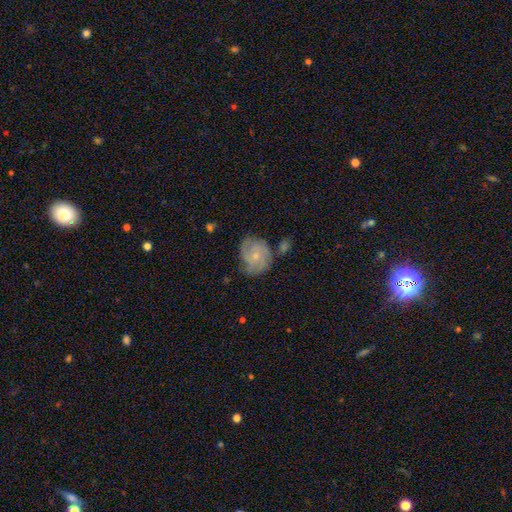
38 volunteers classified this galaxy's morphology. Q: Smooth or featured?
A: featured or disk (68%); runner-up: smooth (29%)
Q: Edge-on disk?
A: no (100%)
Q: Bar?
A: no (81%); runner-up: weak (15%)
Q: Spiral arms?
A: yes (85%); runner-up: no (15%)
Q: Spiral winding?
A: medium (41%); runner-up: tight (36%)
Q: Spiral arm count?
A: can't tell (45%); runner-up: 3 (36%)
Q: Bulge size?
A: small (65%); runner-up: moderate (27%)
Q: Merging?
A: none (57%); runner-up: minor disturbance (19%)